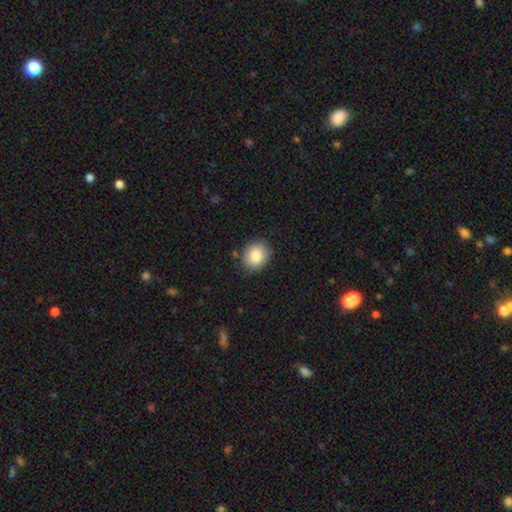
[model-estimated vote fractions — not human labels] Smooth or featured? Predicted: smooth (p=0.87). How rounded? Predicted: round (p=0.63). Merging? Predicted: none (p=0.86).